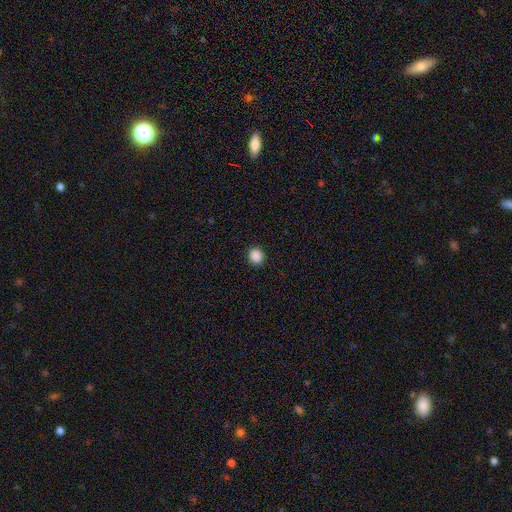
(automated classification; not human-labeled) Morphology: type=smooth (88%); roundness=round (78%); merging=none (91%).